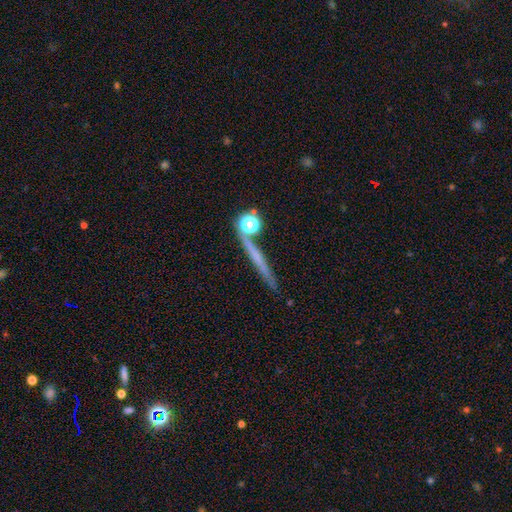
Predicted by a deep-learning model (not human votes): featured or disk 43% (tied), smooth 43% (tied), star or artifact 14%. Down the decision tree: merging — none (77%).